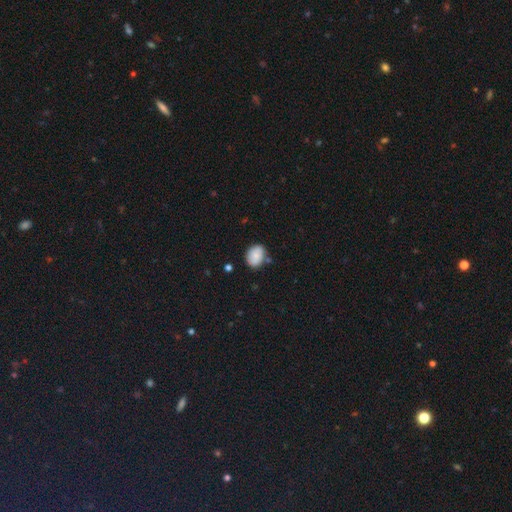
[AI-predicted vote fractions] smooth_or_featured: smooth (p=0.83) [alt: featured or disk p=0.10]
how_rounded: in between (p=0.69) [alt: round p=0.30]
merging: none (p=0.72) [alt: minor disturbance p=0.19]